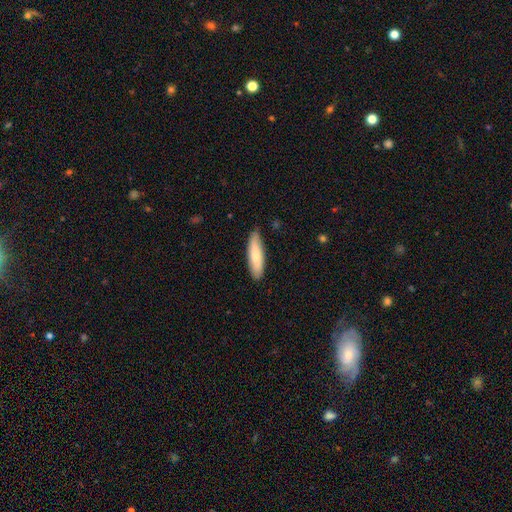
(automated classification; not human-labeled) Smooth or featured? Predicted: smooth (p=0.75). How rounded? Predicted: cigar-shaped (p=0.71). Merging? Predicted: none (p=0.86).